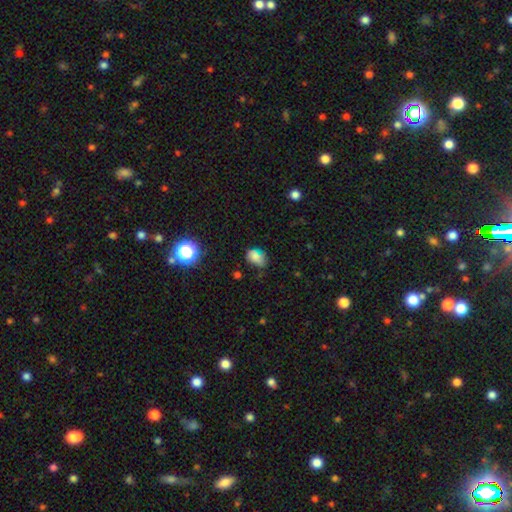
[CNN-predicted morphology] Q: Smooth or featured?
A: smooth (69%); runner-up: star or artifact (18%)
Q: How rounded?
A: in between (72%); runner-up: round (26%)
Q: Merging?
A: none (48%); runner-up: minor disturbance (33%)